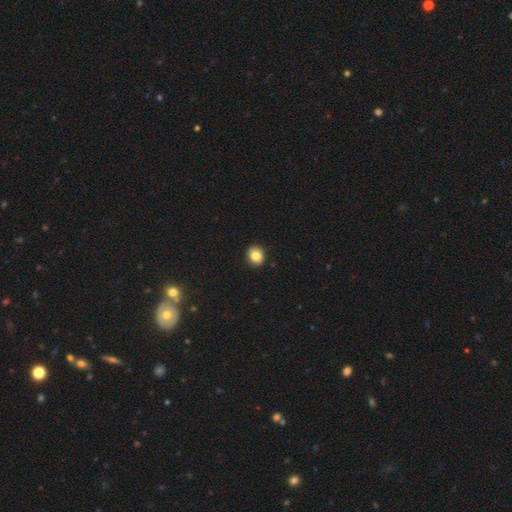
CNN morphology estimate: Q: Smooth or featured?
A: smooth (84%); runner-up: star or artifact (9%)
Q: How rounded?
A: round (67%); runner-up: in between (32%)
Q: Merging?
A: none (90%); runner-up: minor disturbance (7%)